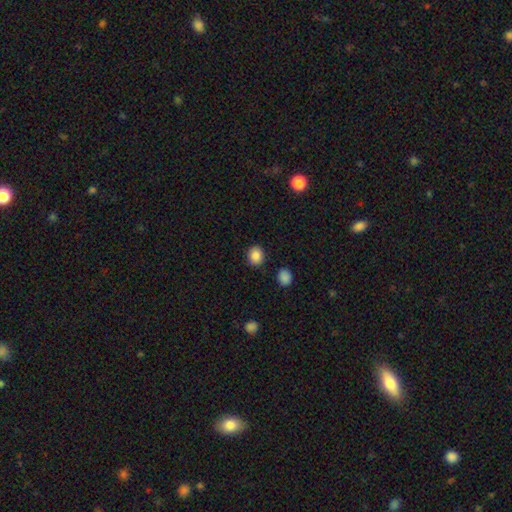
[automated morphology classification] Smooth or featured?
  - smooth: 87% *
  - star or artifact: 9%
  - featured or disk: 4%
How rounded?
  - round: 72% *
  - in between: 27%
  - cigar-shaped: 1%
Merging?
  - none: 88% *
  - minor disturbance: 8%
  - merger: 2%
  - major disturbance: 2%